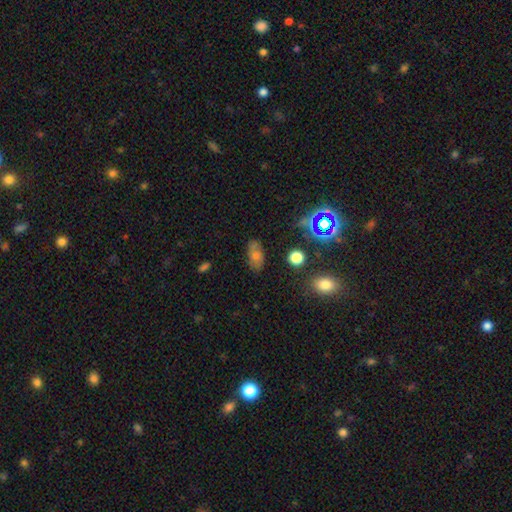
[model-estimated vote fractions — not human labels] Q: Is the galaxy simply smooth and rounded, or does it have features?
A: smooth — 57%.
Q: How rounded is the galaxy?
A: in between — 87%.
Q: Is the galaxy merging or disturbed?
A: none — 73%.